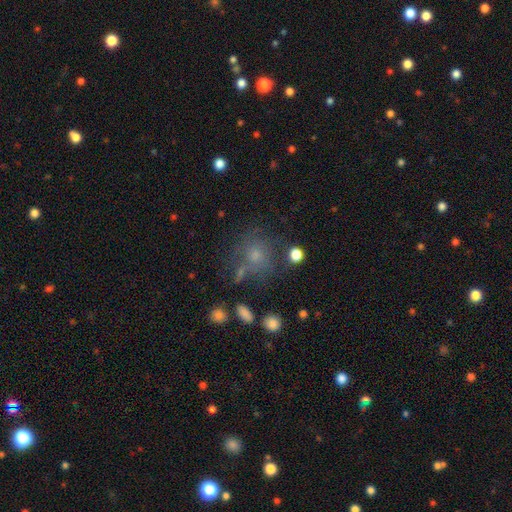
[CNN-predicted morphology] Overall: smooth (63%). How rounded: round (83%). Merging: none (64%).